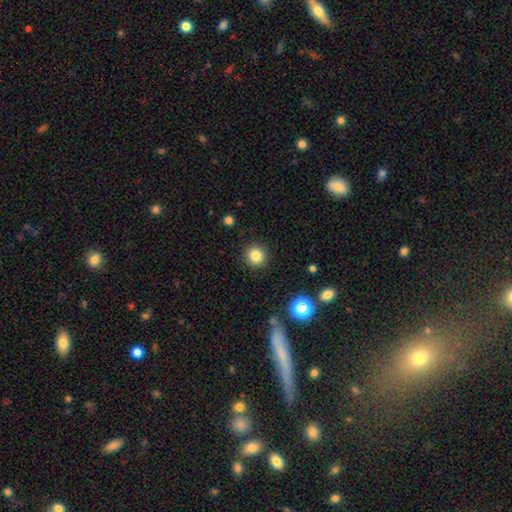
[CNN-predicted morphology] smooth 83%, star or artifact 12%, featured or disk 6%. Down the decision tree: how rounded — round (93%); merging — none (91%).